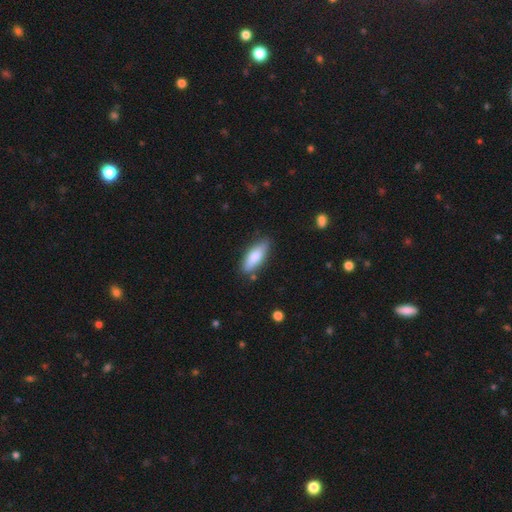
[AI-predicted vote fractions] Q: Smooth or featured?
A: smooth (76%); runner-up: featured or disk (18%)
Q: How rounded?
A: in between (60%); runner-up: cigar-shaped (38%)
Q: Merging?
A: none (81%); runner-up: minor disturbance (14%)